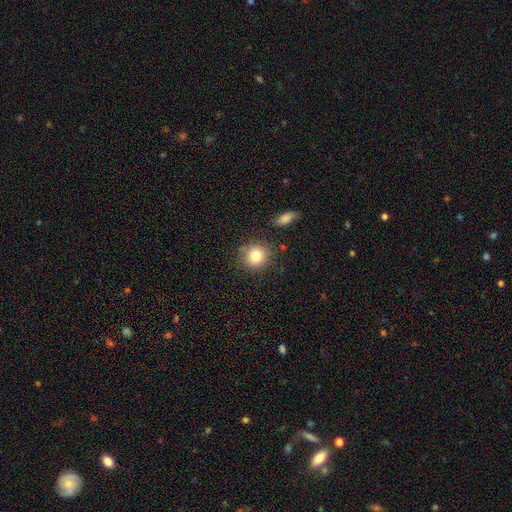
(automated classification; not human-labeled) Overall: smooth (82%). How rounded: round (87%). Merging: none (80%).